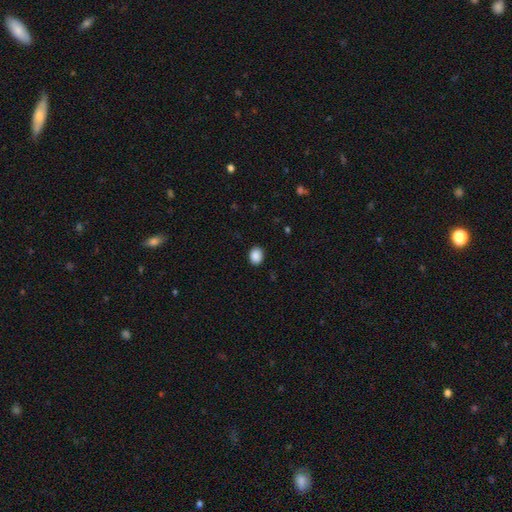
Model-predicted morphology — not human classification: smooth 89%, star or artifact 8%, featured or disk 2%. Down the decision tree: how rounded — round (50%); merging — none (89%).